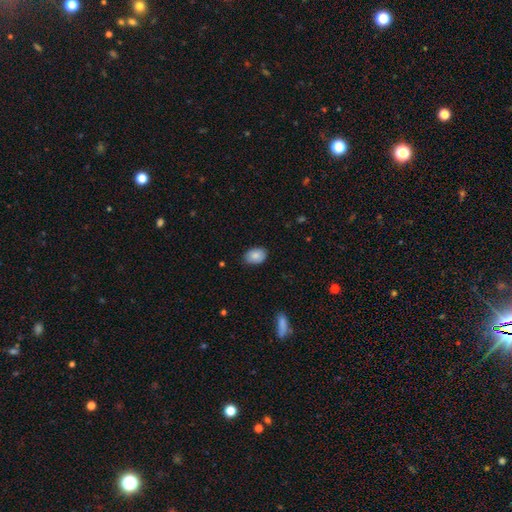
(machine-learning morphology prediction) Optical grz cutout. It shows a smooth galaxy with no disk features (85%) that is in between round and cigar-shaped (79%). Merging: none (80%).